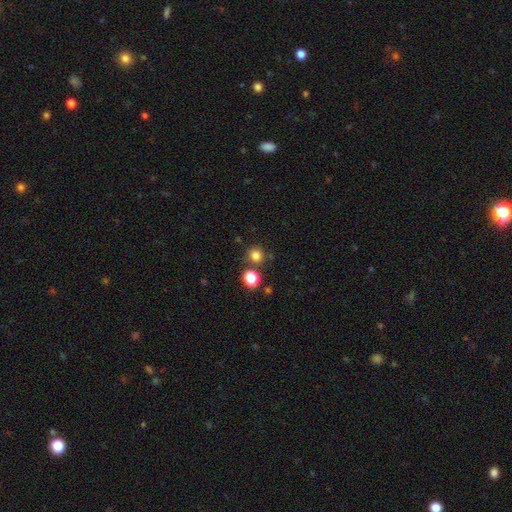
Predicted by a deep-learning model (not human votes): A smooth galaxy with no disk features (79%) that is round (91%).

Vote fractions:
- Smooth or featured? smooth: 79% / star or artifact: 16% / featured or disk: 5%
- How rounded? round: 91% / in between: 8% / cigar-shaped: 1%
- Merging? none: 78% / merger: 11% / minor disturbance: 8% / major disturbance: 3%